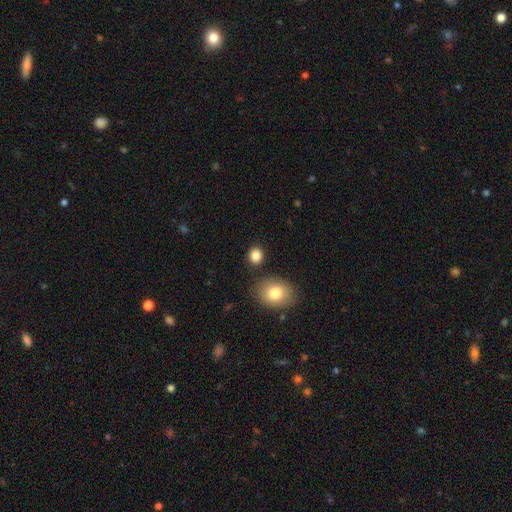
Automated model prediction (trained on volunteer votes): This is clearly a smooth galaxy (85%). How rounded: likely round (73%). Merging: clearly none (84%).